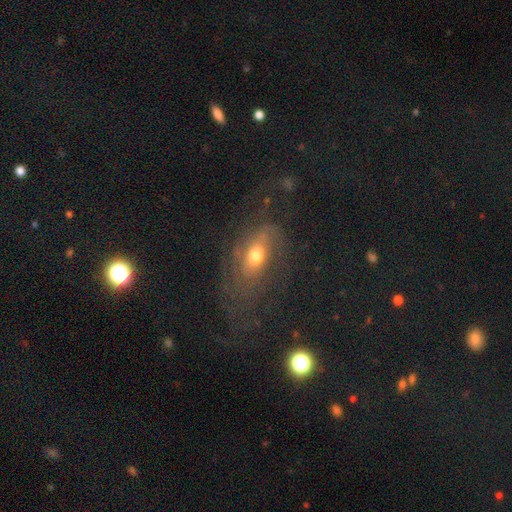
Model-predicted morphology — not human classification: smooth-or-featured: featured or disk: 60% | smooth: 29% | star or artifact: 11%
  disk-edge-on: no: 87% | yes: 13%
    bar: no: 69% | weak: 23% | strong: 8%
    has-spiral-arms: yes: 70% | no: 30%
    bulge-size: moderate: 70% | small: 17% | large: 10% | dominant: 2% | none: 1%
  merging: none: 61% | minor disturbance: 19% | major disturbance: 18% | merger: 2%